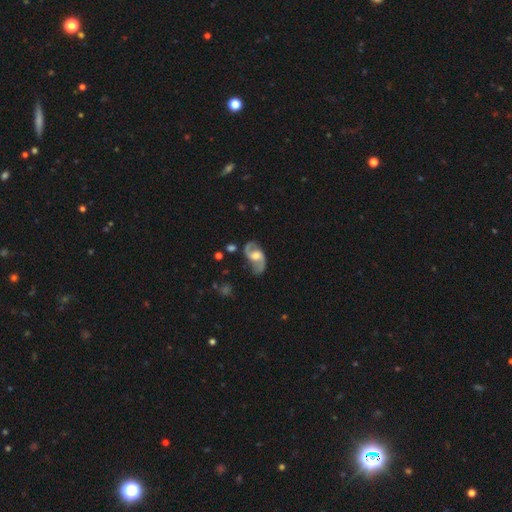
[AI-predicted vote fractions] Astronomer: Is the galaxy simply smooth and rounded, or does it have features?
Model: featured or disk — 86%.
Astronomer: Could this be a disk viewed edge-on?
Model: no — 97%.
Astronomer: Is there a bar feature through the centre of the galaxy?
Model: no — 46% (runner-up: weak, 43%).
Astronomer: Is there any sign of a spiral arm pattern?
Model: yes — 95%.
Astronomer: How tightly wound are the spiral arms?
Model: loose — 48% (runner-up: medium, 42%).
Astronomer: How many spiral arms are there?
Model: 2 — 92%.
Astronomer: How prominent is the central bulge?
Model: moderate — 61%.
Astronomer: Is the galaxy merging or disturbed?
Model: none — 74%.